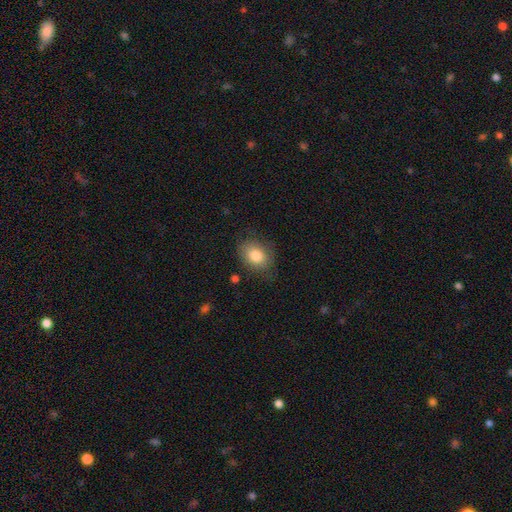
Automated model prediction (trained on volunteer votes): This appears to be a smooth galaxy with no disk features (81%) that is in between round and cigar-shaped (62%). Merging: none (75%).